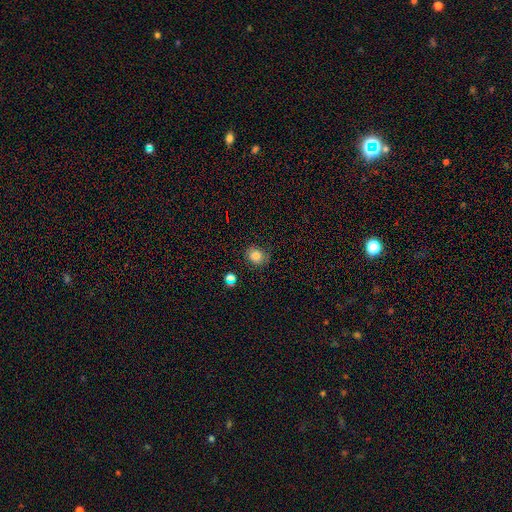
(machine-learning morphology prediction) Overall: smooth (78%). How rounded: round (71%). Merging: none (79%).